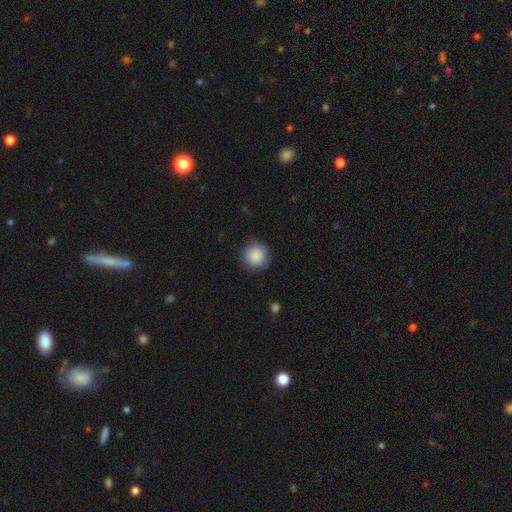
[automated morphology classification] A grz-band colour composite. It shows a smooth galaxy with no disk features (88%) that is round (94%). Merging: none (85%).